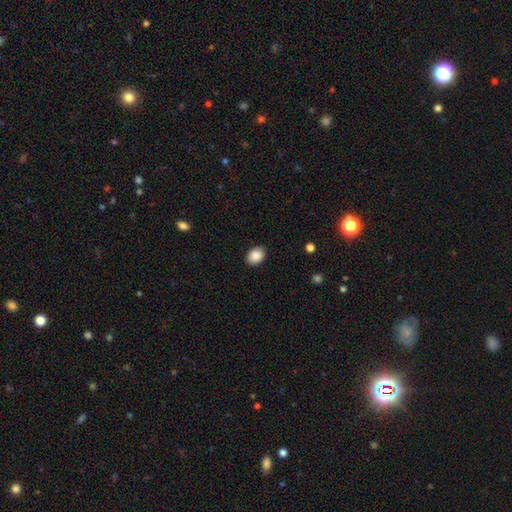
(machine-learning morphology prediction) Smooth or featured?
  - smooth: 89% *
  - star or artifact: 8%
  - featured or disk: 3%
How rounded?
  - in between: 62% *
  - round: 37%
  - cigar-shaped: 1%
Merging?
  - none: 89% *
  - minor disturbance: 8%
  - major disturbance: 2%
  - merger: 1%